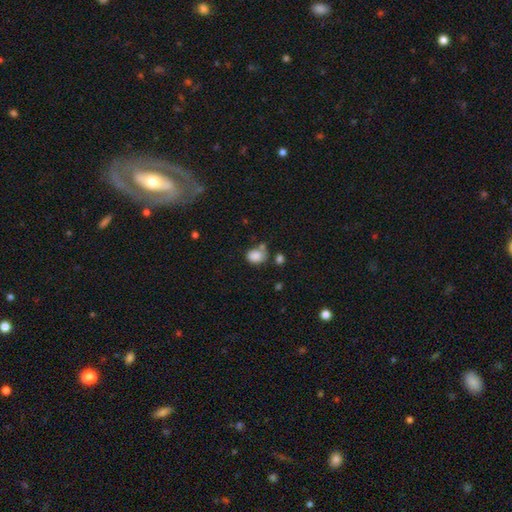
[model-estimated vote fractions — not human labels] Smooth or featured?
  - smooth: 85% *
  - star or artifact: 10%
  - featured or disk: 5%
How rounded?
  - in between: 57% *
  - round: 42%
  - cigar-shaped: 1%
Merging?
  - none: 55% *
  - minor disturbance: 19%
  - merger: 19%
  - major disturbance: 7%